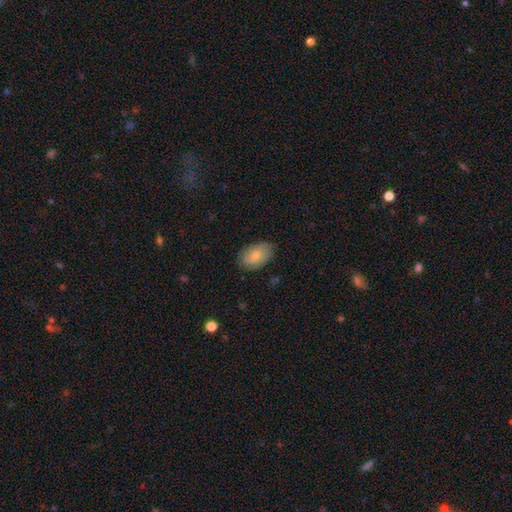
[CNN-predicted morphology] This appears to be a smooth galaxy with no disk features (78%) that is in between round and cigar-shaped (89%). Merging: none (77%).